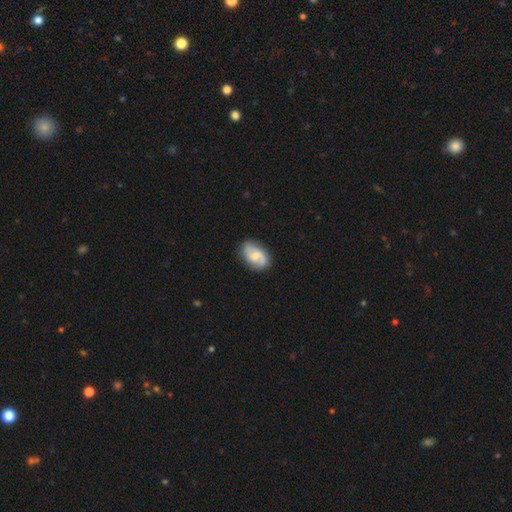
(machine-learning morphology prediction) This is likely a featured or disk galaxy (62%). It is clearly not viewed edge-on (97%). Bar: possibly no (46%). Spiral arm pattern: clearly yes (91%). Spiral arm count: clearly 2 (83%). Spiral winding: marginally medium (42%). Central bulge: marginally moderate (44%). Merging: likely none (76%).